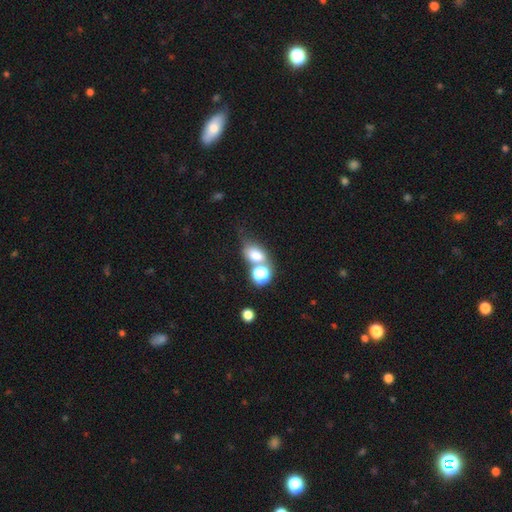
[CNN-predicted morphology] type=smooth (70%); roundness=in between (59%); merging=none (38%, tied with merger).